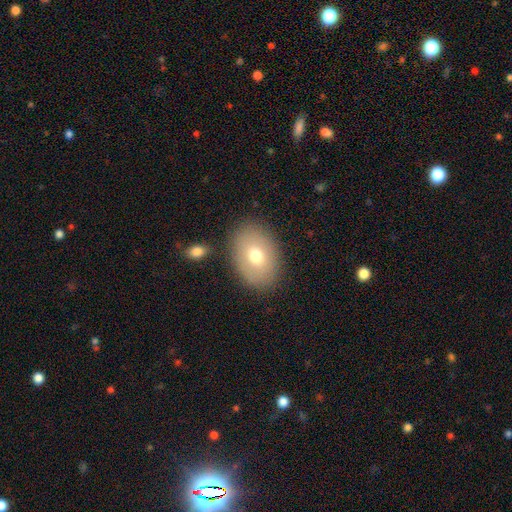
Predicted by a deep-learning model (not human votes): smooth_or_featured: smooth (p=0.69) [alt: featured or disk p=0.22]
how_rounded: in between (p=0.81) [alt: round p=0.18]
merging: none (p=0.84) [alt: minor disturbance p=0.10]